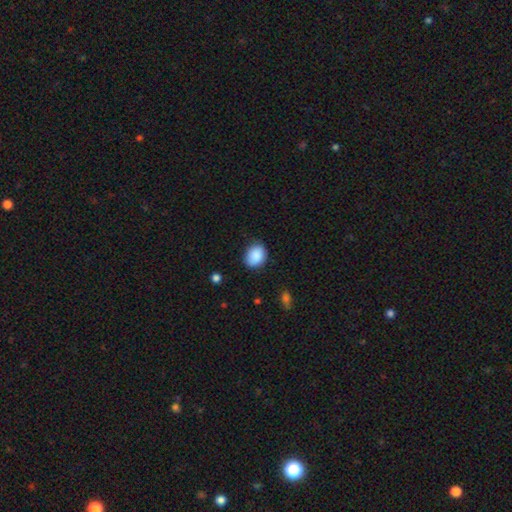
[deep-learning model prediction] smooth_or_featured: smooth (p=0.89) [alt: star or artifact p=0.07]
how_rounded: in between (p=0.58) [alt: round p=0.41]
merging: none (p=0.78) [alt: minor disturbance p=0.17]